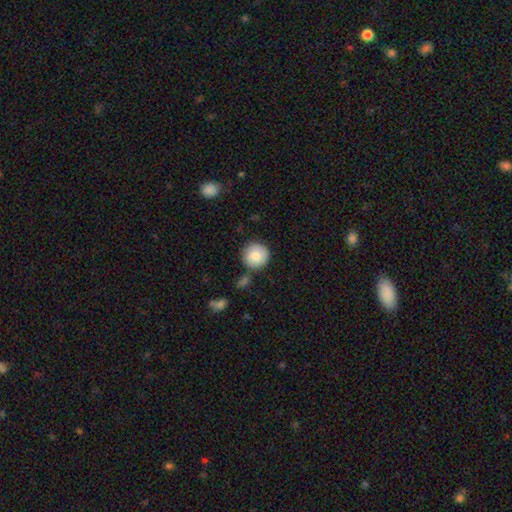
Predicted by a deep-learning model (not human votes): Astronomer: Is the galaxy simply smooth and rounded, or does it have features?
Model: smooth — 83%.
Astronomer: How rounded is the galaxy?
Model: round — 94%.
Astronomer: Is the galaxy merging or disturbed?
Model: none — 79%.